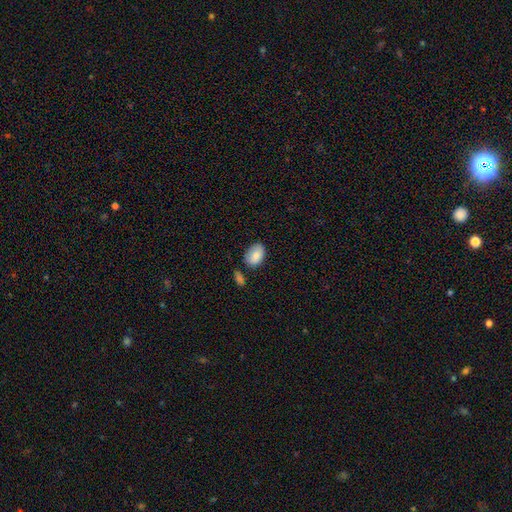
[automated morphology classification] A smooth galaxy with no disk features (81%) that is in between round and cigar-shaped (86%).

Vote fractions:
- Smooth or featured? smooth: 81% / featured or disk: 12% / star or artifact: 7%
- How rounded? in between: 86% / round: 13% / cigar-shaped: 1%
- Merging? none: 69% / minor disturbance: 19% / merger: 8% / major disturbance: 4%